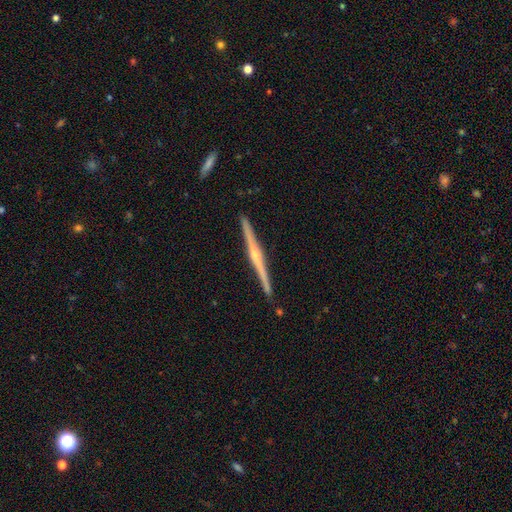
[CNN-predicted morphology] A featured or disk galaxy (82%) viewed edge-on (98%) with a rounded central bulge (81%).

Vote fractions:
- Smooth or featured? featured or disk: 82% / smooth: 13% / star or artifact: 5%
- Edge-on disk? yes: 98% / no: 2%
- Edge-on bulge? rounded: 81% / none: 13% / boxy: 6%
- Merging? none: 90% / minor disturbance: 7% / merger: 2% / major disturbance: 1%